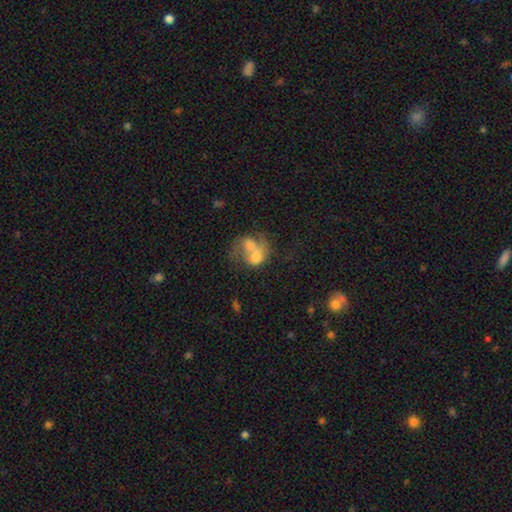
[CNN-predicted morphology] Smooth or featured? Predicted: smooth (p=0.51). How rounded? Predicted: in between (p=0.56). Merging? Predicted: merger (p=0.66).